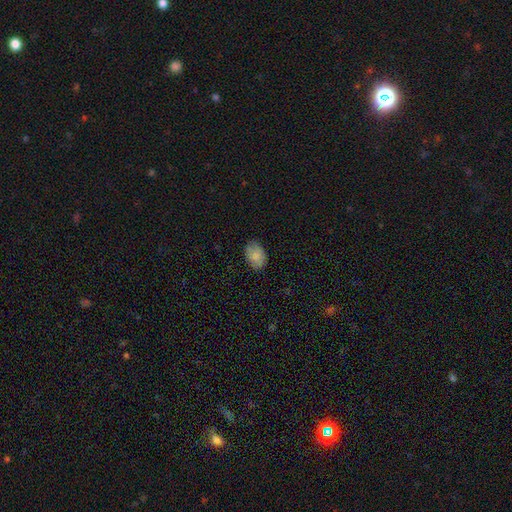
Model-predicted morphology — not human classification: This is clearly a smooth galaxy (81%). How rounded: clearly in between (85%). Merging: likely none (77%).